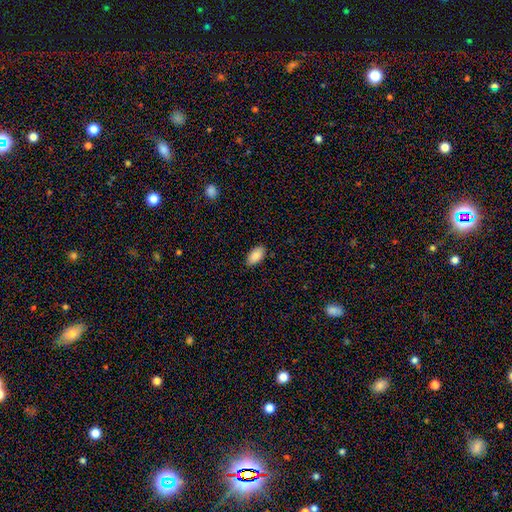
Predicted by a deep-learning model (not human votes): This appears to be a smooth galaxy with no disk features (89%) that is in between round and cigar-shaped (94%). Merging: none (86%).